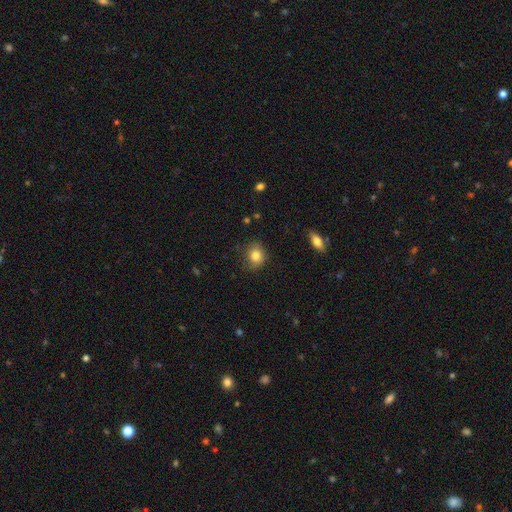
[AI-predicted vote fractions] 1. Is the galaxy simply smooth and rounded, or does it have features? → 82% smooth, 10% star or artifact, 8% featured or disk.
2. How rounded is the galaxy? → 67% round, 31% in between, 1% cigar-shaped.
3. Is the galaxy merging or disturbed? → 76% none, 19% minor disturbance, 4% major disturbance, 1% merger.